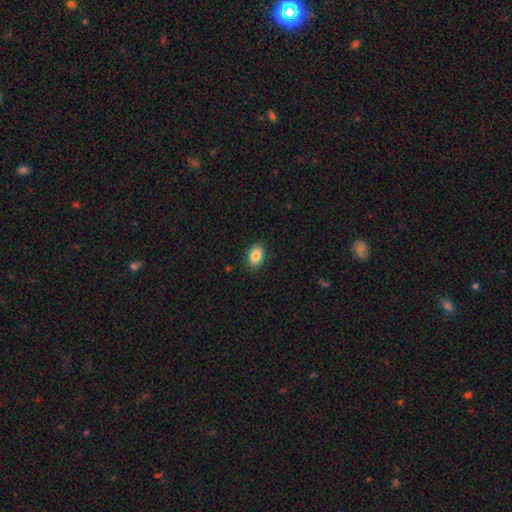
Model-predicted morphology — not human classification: smooth 86%, star or artifact 8%, featured or disk 6%. Down the decision tree: how rounded — in between (82%); merging — none (89%).